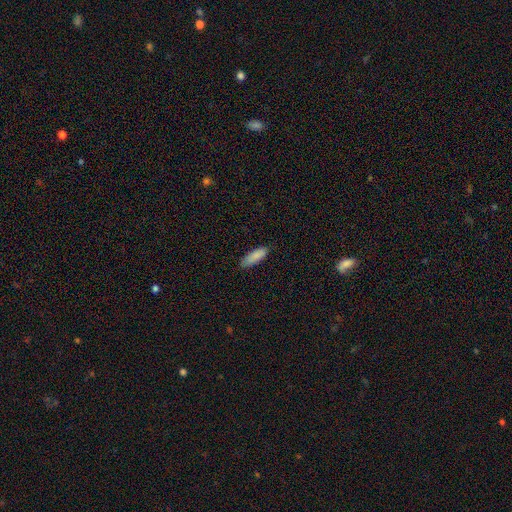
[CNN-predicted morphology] A smooth galaxy with no disk features (87%) that is in between round and cigar-shaped (61%).

Vote fractions:
- Smooth or featured? smooth: 87% / featured or disk: 7% / star or artifact: 6%
- How rounded? in between: 61% / cigar-shaped: 37% / round: 2%
- Merging? none: 80% / minor disturbance: 16% / major disturbance: 3% / merger: 1%